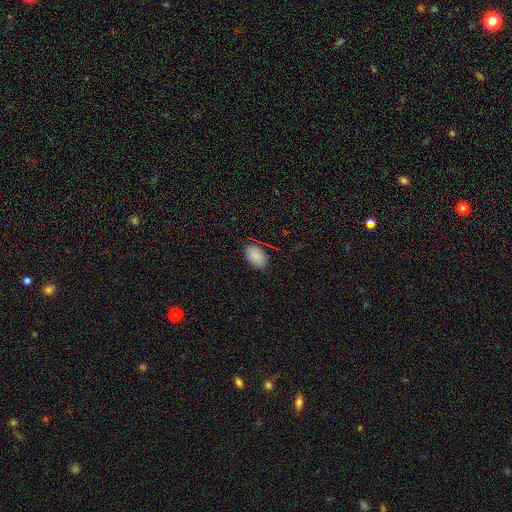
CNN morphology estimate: This appears to be a smooth galaxy with no disk features (86%) that is in between round and cigar-shaped (88%). Merging: none (82%).